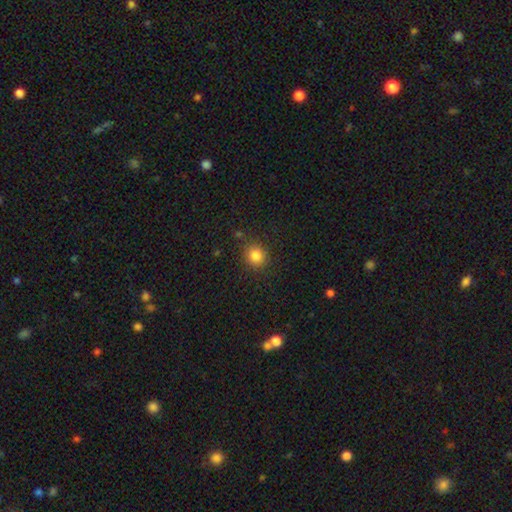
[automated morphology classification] Smooth or featured?
  - smooth: 83% *
  - star or artifact: 12%
  - featured or disk: 5%
How rounded?
  - round: 85% *
  - in between: 14%
  - cigar-shaped: 1%
Merging?
  - none: 87% *
  - minor disturbance: 8%
  - major disturbance: 3%
  - merger: 2%